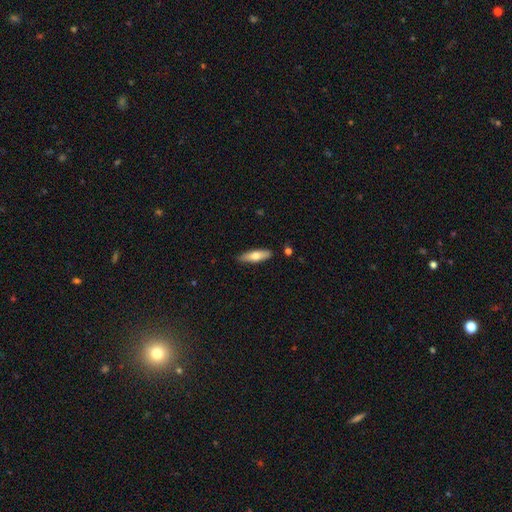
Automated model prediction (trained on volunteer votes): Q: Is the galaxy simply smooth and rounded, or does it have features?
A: smooth — 66%.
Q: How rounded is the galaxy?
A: cigar-shaped — 56%.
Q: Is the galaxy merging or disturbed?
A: none — 86%.